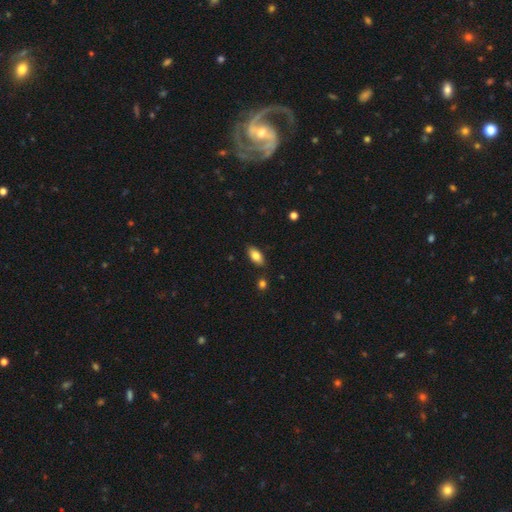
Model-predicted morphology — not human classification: Smooth or featured? smooth (82%)
How rounded? in between (91%)
Merging? none (85%)